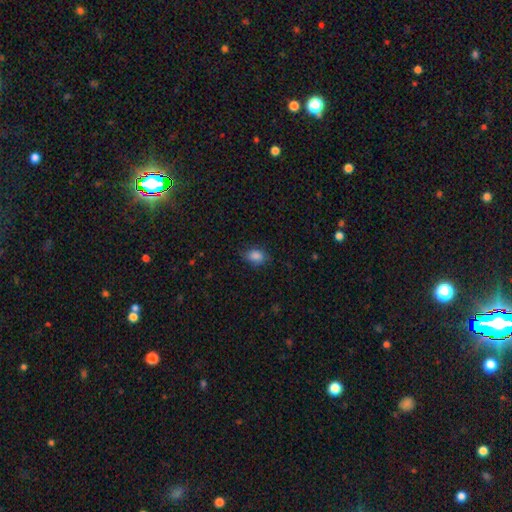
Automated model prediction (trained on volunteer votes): This is clearly a smooth galaxy (85%). How rounded: likely in between (80%). Merging: likely none (74%).